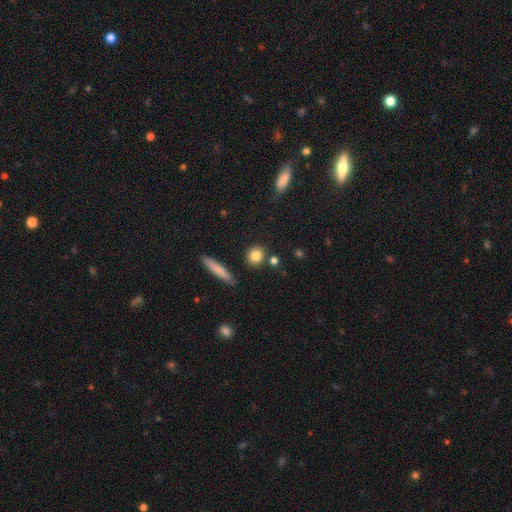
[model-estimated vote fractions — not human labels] A smooth galaxy with no disk features (82%) that is round (78%).

Vote fractions:
- Smooth or featured? smooth: 82% / featured or disk: 9% / star or artifact: 9%
- How rounded? round: 78% / in between: 17% / cigar-shaped: 5%
- Merging? none: 83% / minor disturbance: 8% / merger: 7% / major disturbance: 3%